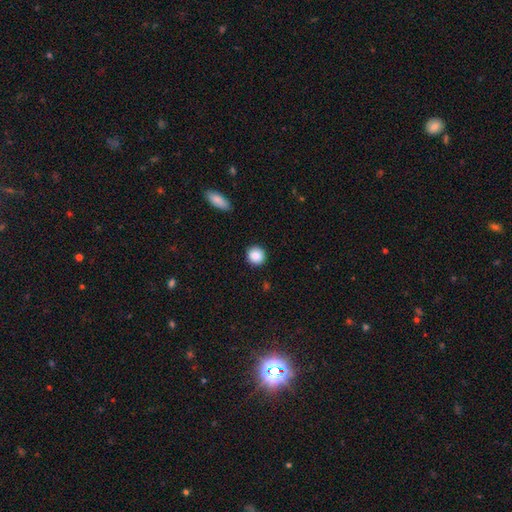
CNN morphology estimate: Smooth or featured? smooth (88%)
How rounded? round (90%)
Merging? none (91%)